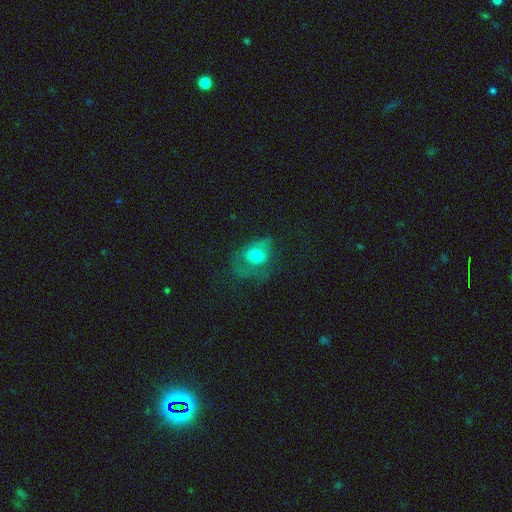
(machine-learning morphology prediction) smooth-or-featured: smooth: 57% | featured or disk: 31% | star or artifact: 12%
  how-rounded: in between: 59% | round: 39% | cigar-shaped: 2%
  merging: major disturbance: 45% | none: 29% | minor disturbance: 23% | merger: 3%